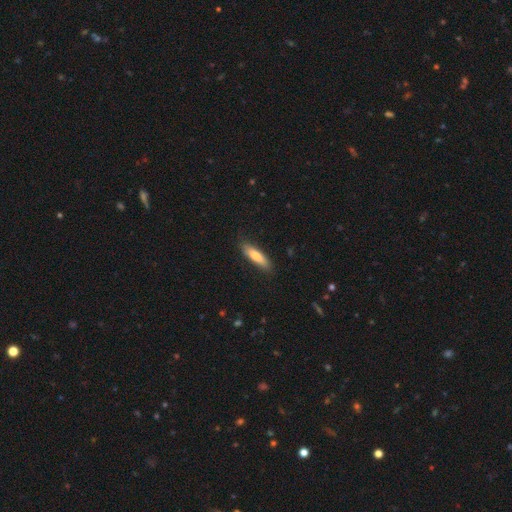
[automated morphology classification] The model was most divided on "how rounded": cigar-shaped: 63%, in between: 35%, round: 2%. More confident: merging — none (85%); smooth or featured — smooth (74%).